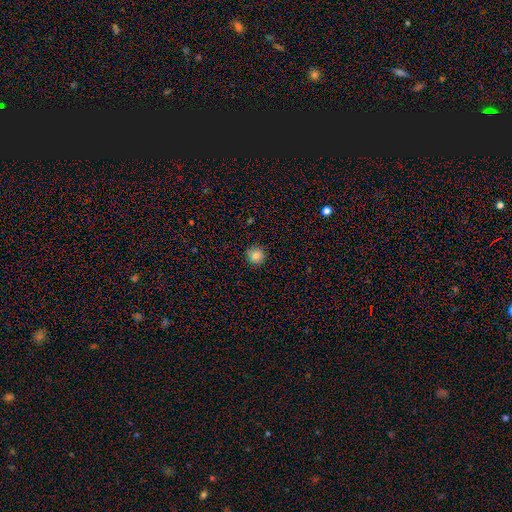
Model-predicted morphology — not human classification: Q: Smooth or featured?
A: smooth (82%); runner-up: star or artifact (11%)
Q: How rounded?
A: round (93%); runner-up: in between (6%)
Q: Merging?
A: none (89%); runner-up: minor disturbance (8%)